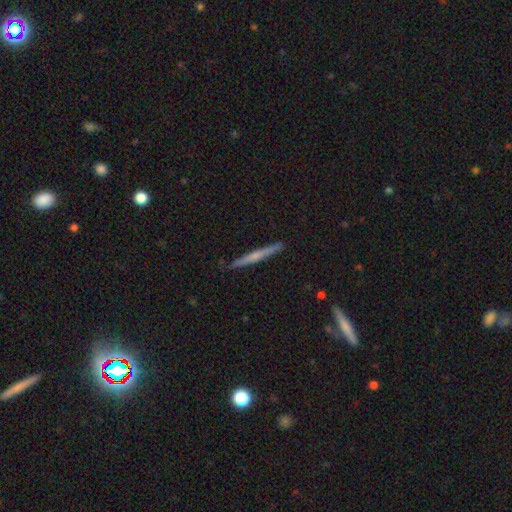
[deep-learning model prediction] Smooth or featured? Predicted: featured or disk (p=0.55). Edge-on disk? Predicted: yes (p=0.97). Edge-on bulge? Predicted: none (p=0.52). Merging? Predicted: none (p=0.90).